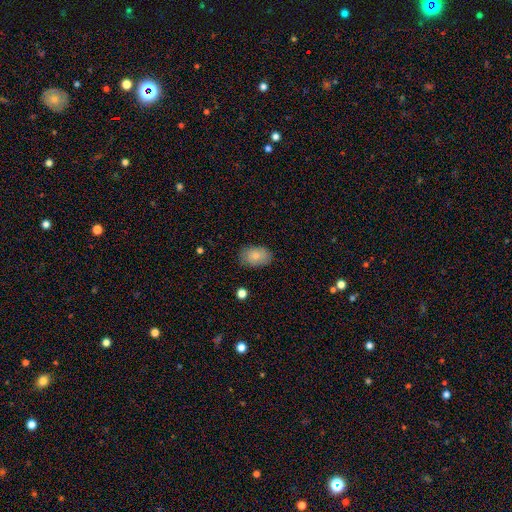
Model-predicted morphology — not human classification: Smooth or featured? smooth (83%)
How rounded? in between (87%)
Merging? none (81%)